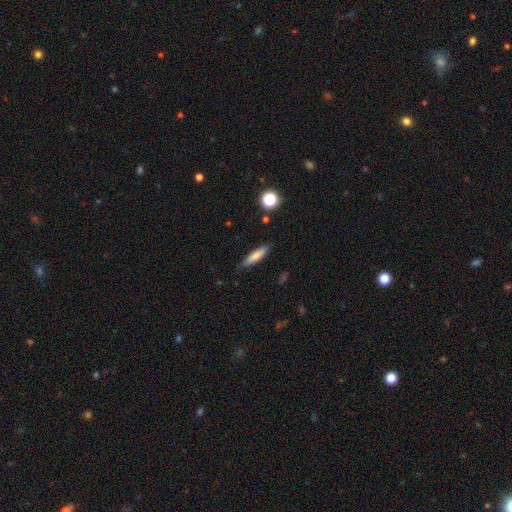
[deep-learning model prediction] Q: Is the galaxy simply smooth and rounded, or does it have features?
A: smooth — 76%.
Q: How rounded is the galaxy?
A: cigar-shaped — 79%.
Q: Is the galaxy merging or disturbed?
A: none — 82%.